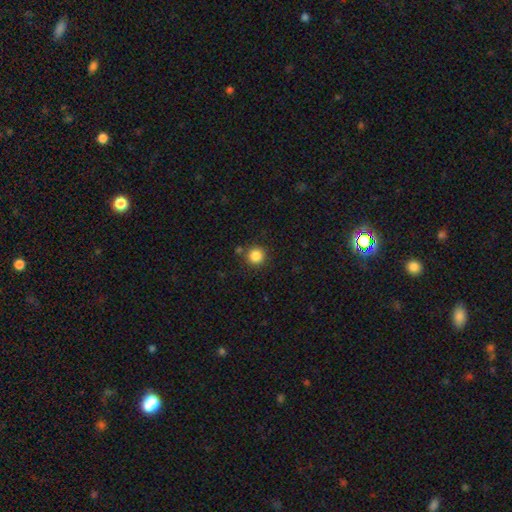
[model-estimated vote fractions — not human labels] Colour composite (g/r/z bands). It shows a smooth galaxy with no disk features (86%) that is round (95%). Merging: none (86%).